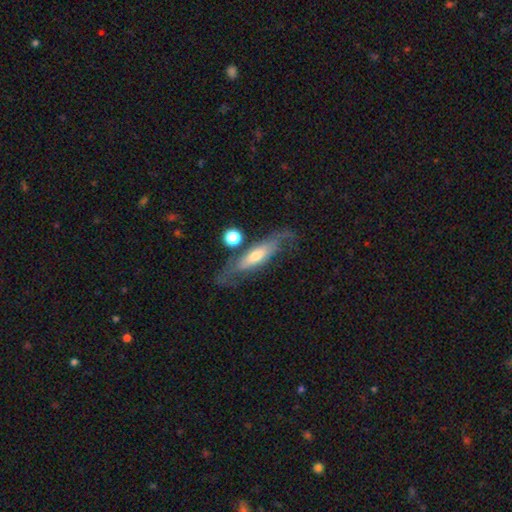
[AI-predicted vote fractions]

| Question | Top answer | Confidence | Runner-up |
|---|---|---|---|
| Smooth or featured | featured or disk | 61% | smooth (32%) |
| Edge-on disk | no | 52% | yes (48%) |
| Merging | none | 59% | minor disturbance (21%) |